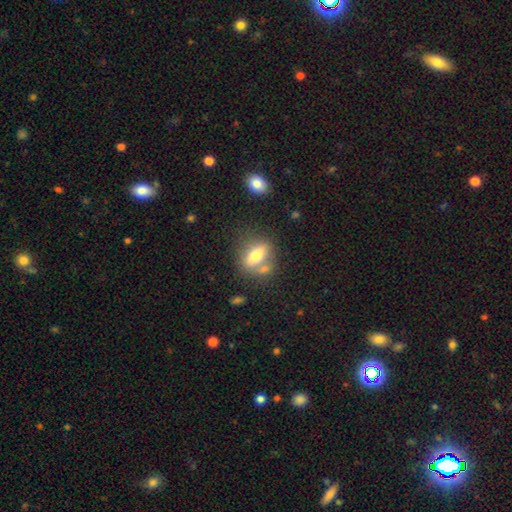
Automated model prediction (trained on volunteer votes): Q: Smooth or featured?
A: smooth (68%); runner-up: featured or disk (24%)
Q: How rounded?
A: in between (72%); runner-up: round (18%)
Q: Merging?
A: none (57%); runner-up: merger (21%)